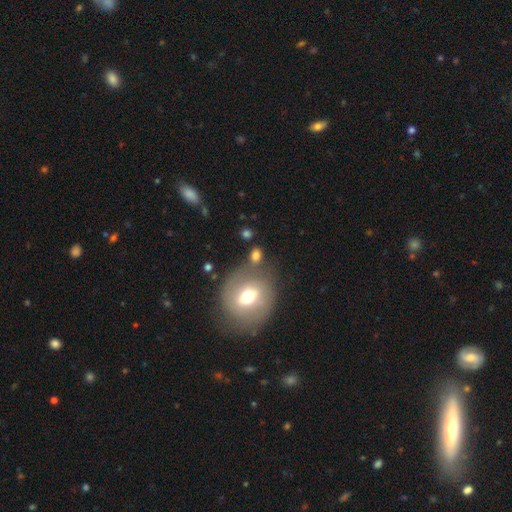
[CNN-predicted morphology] smooth_or_featured: smooth (p=0.71) [alt: featured or disk p=0.16]
how_rounded: round (p=0.51) [alt: in between p=0.45]
merging: none (p=0.65) [alt: merger p=0.15]